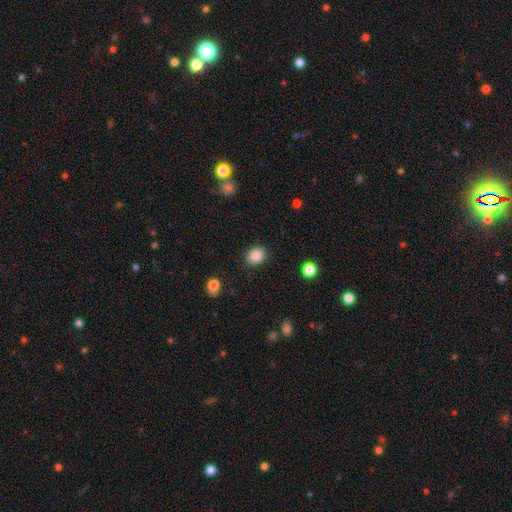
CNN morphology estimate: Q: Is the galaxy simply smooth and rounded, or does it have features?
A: smooth — 87%.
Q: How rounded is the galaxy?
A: round — 51%.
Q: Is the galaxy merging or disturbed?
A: none — 87%.